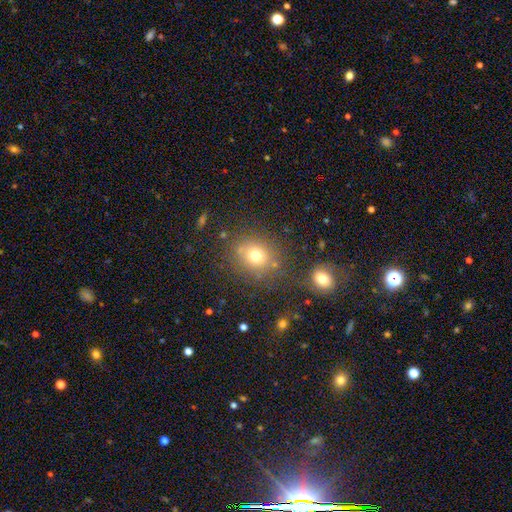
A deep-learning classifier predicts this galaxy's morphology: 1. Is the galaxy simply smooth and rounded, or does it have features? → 74% smooth, 16% star or artifact, 10% featured or disk.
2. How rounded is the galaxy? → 71% round, 28% in between, 1% cigar-shaped.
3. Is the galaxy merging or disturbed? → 76% none, 11% minor disturbance, 7% merger, 5% major disturbance.